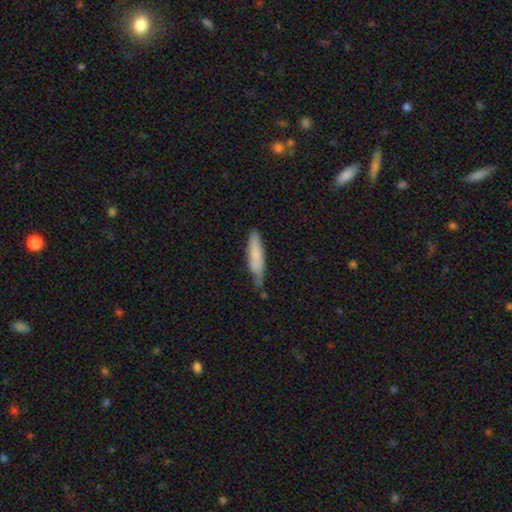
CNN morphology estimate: smooth_or_featured: smooth (p=0.77) [alt: featured or disk p=0.18]
how_rounded: cigar-shaped (p=0.77) [alt: in between p=0.22]
merging: none (p=0.56) [alt: minor disturbance p=0.35]